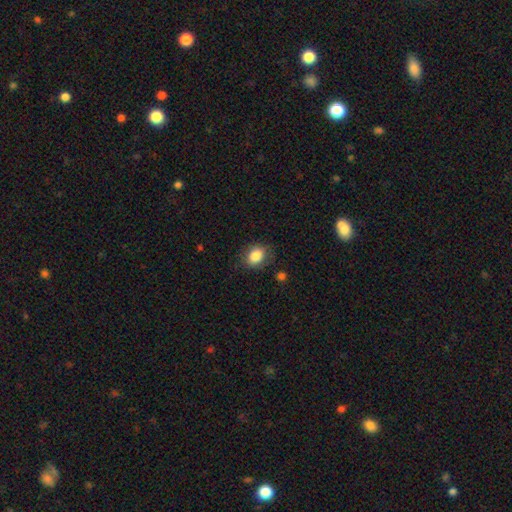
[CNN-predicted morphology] Overall: smooth (84%). How rounded: in between (55%; round 44%). Merging: none (76%).